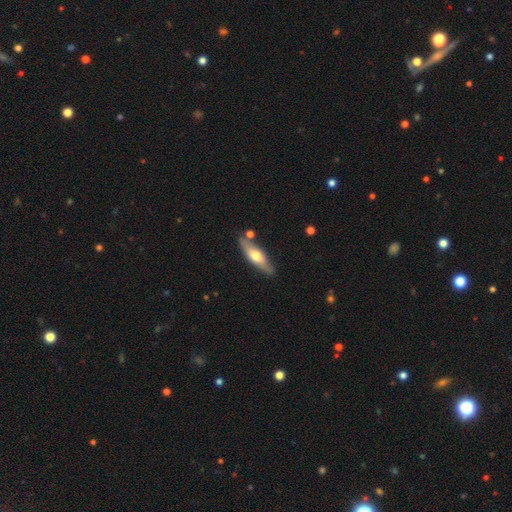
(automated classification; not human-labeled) Morphology: type=featured or disk (50%); merging=none (79%).